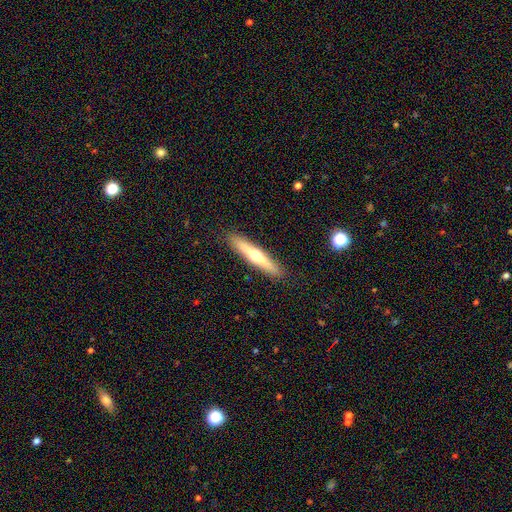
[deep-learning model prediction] smooth-or-featured: featured or disk: 53% | smooth: 41% | star or artifact: 6%
  disk-edge-on: yes: 94% | no: 6%
  merging: none: 91% | minor disturbance: 7% | major disturbance: 2% | merger: 1%